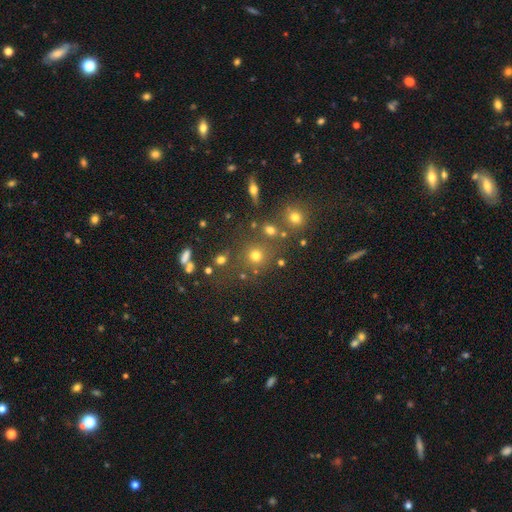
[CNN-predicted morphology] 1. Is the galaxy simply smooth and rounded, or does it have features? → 70% smooth, 21% star or artifact, 9% featured or disk.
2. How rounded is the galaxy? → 90% round, 9% in between, 1% cigar-shaped.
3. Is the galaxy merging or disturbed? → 74% none, 11% merger, 9% minor disturbance, 5% major disturbance.